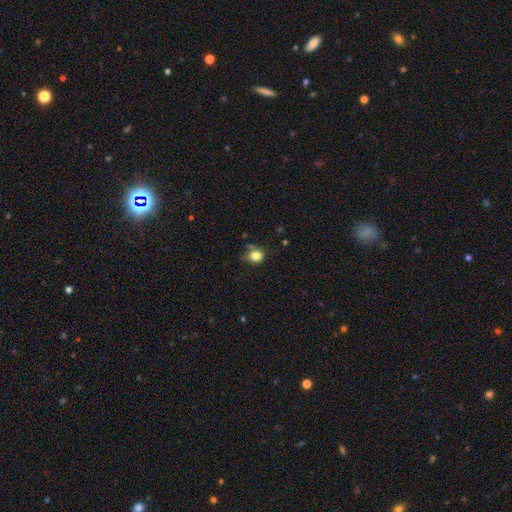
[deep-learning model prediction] Smooth or featured? smooth (82%)
How rounded? round (68%)
Merging? none (60%)